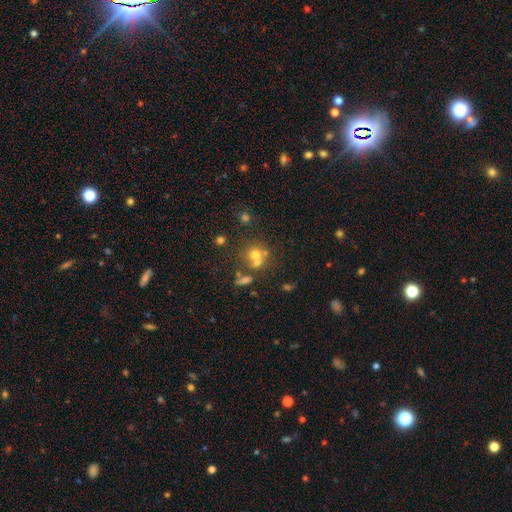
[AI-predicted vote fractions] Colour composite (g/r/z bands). It shows a smooth galaxy with no disk features (56%) that is round (83%). Merging: none (49%).